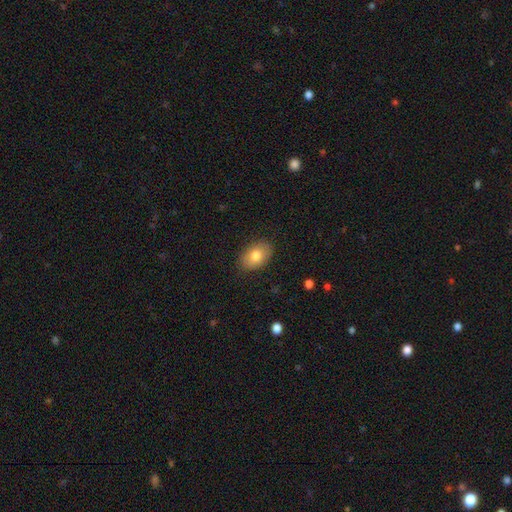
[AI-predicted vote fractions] This appears to be a smooth galaxy with no disk features (79%) that is in between round and cigar-shaped (87%). Merging: none (85%).